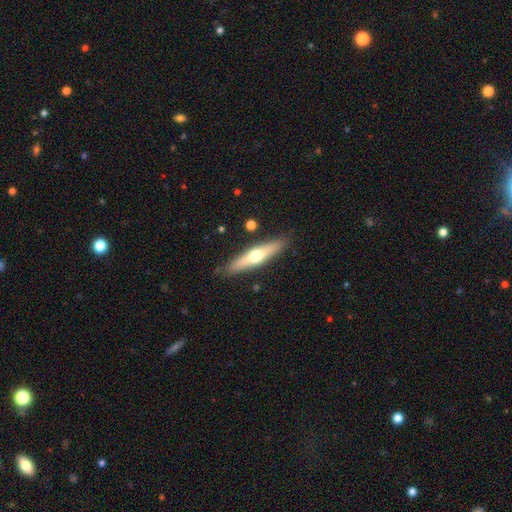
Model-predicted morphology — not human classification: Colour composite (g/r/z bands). It shows a featured or disk galaxy (50%). Merging: none (87%).